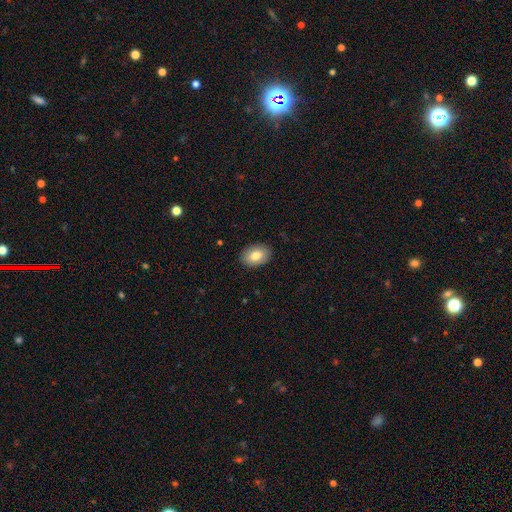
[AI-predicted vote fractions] Morphology: type=smooth (81%); roundness=in between (83%); merging=none (90%).